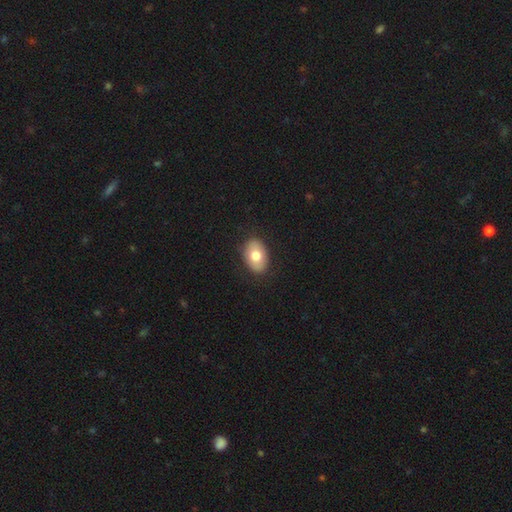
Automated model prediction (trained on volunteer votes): smooth-or-featured: smooth: 76% | featured or disk: 17% | star or artifact: 7%
  how-rounded: in between: 85% | round: 14% | cigar-shaped: 1%
  merging: none: 87% | minor disturbance: 10% | major disturbance: 2% | merger: 1%